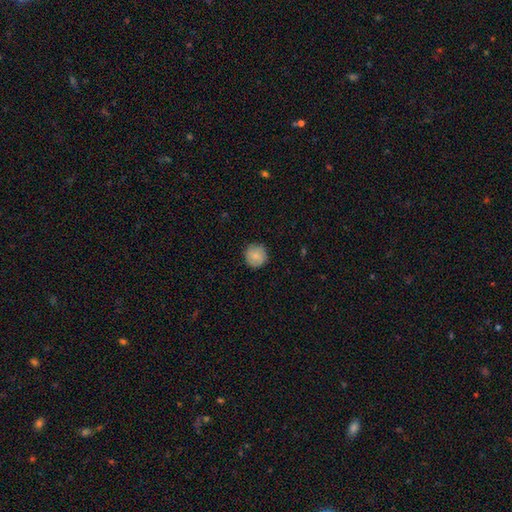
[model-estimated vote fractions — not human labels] A smooth galaxy with no disk features (82%) that is round (93%). Merging: none (87%).